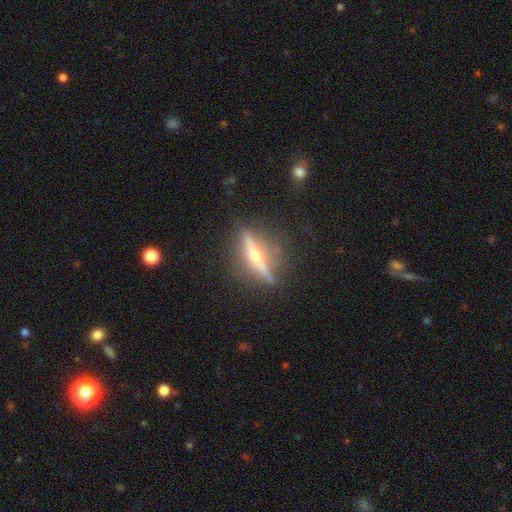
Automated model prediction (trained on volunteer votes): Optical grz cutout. It shows a featured or disk galaxy (81%) viewed edge-on (96%) with a rounded central bulge (93%). Merging: none (85%).